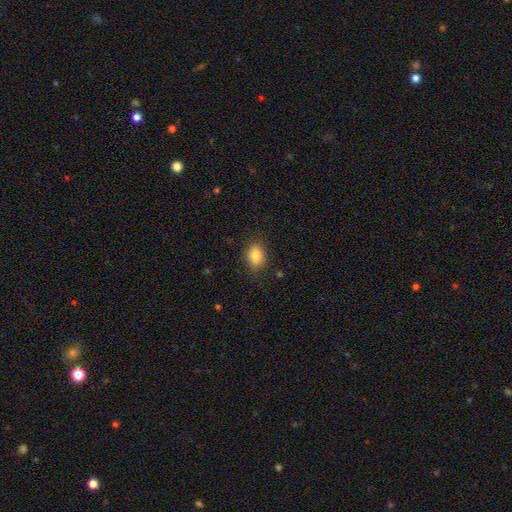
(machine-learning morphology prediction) This is clearly a smooth galaxy (84%). How rounded: likely in between (77%). Merging: clearly none (85%).